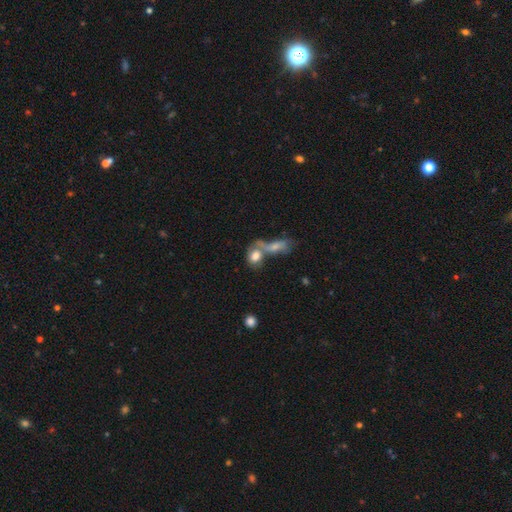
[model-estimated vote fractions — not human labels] Smooth or featured?
  - smooth: 74% *
  - featured or disk: 17%
  - star or artifact: 9%
How rounded?
  - in between: 66% *
  - round: 29%
  - cigar-shaped: 4%
Merging?
  - merger: 53% *
  - none: 30%
  - minor disturbance: 10%
  - major disturbance: 7%